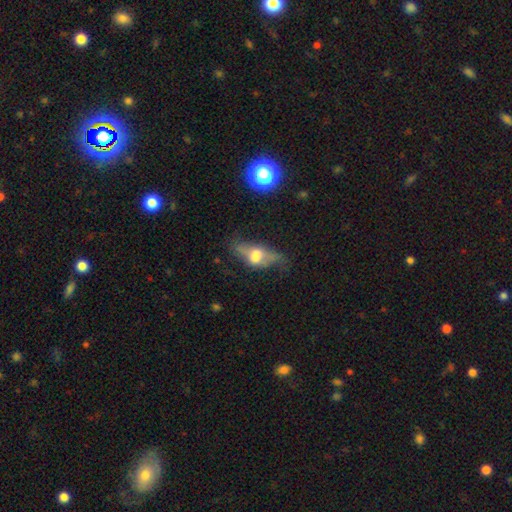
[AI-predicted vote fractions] Smooth or featured?
  - featured or disk: 53% *
  - smooth: 37%
  - star or artifact: 10%
Edge-on disk?
  - no: 58% *
  - yes: 42%
Merging?
  - none: 38% *
  - major disturbance: 28%
  - minor disturbance: 25%
  - merger: 10%